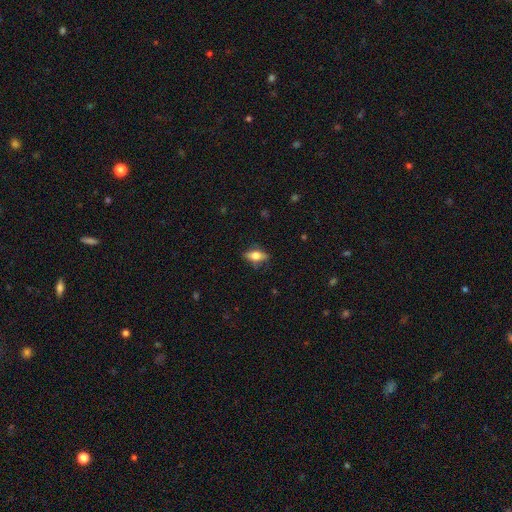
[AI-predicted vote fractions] This appears to be a smooth galaxy with no disk features (55%) that is in between round and cigar-shaped (72%). Merging: none (78%).